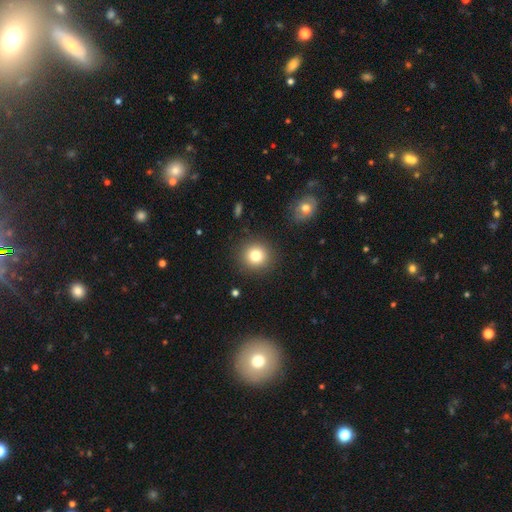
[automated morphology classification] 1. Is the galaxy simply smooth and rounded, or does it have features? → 79% smooth, 12% star or artifact, 9% featured or disk.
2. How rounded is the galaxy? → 91% round, 8% in between, 1% cigar-shaped.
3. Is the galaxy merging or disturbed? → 90% none, 6% minor disturbance, 2% major disturbance, 2% merger.